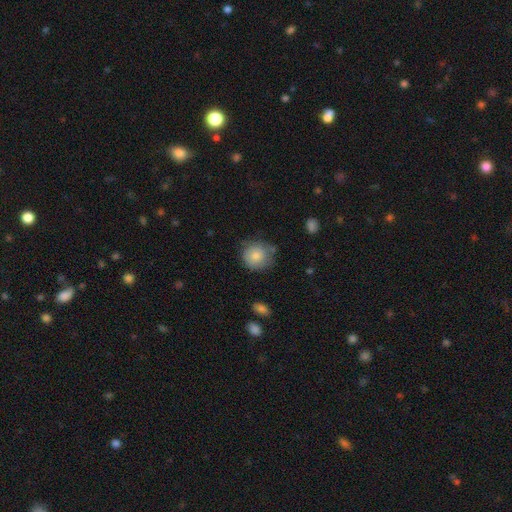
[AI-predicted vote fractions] smooth-or-featured: smooth: 77% | featured or disk: 15% | star or artifact: 8%
  how-rounded: round: 90% | in between: 10% | cigar-shaped: 1%
  merging: none: 67% | minor disturbance: 24% | major disturbance: 6% | merger: 3%